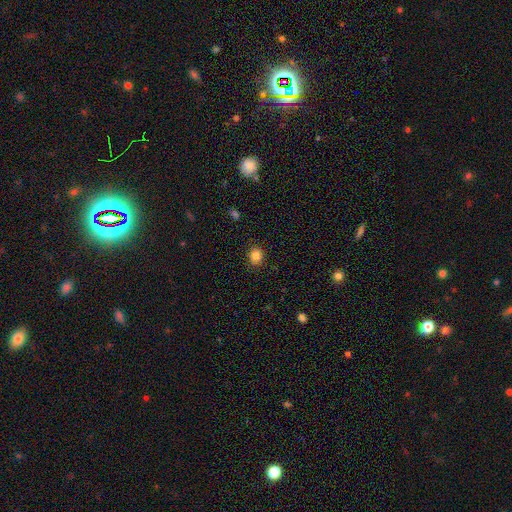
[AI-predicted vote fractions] This is clearly a smooth galaxy (84%). How rounded: likely round (67%). Merging: clearly none (86%).